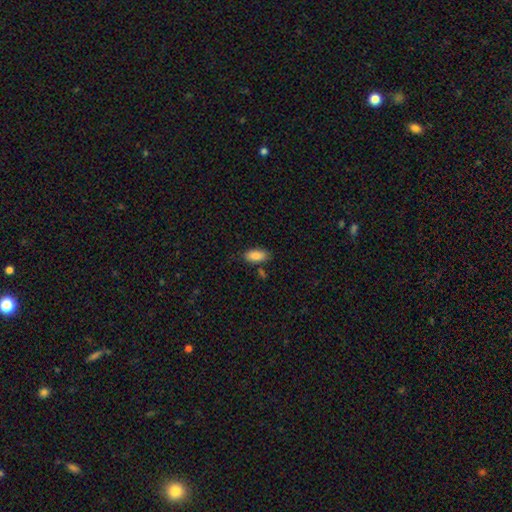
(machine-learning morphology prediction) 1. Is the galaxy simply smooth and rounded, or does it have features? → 85% smooth, 8% featured or disk, 7% star or artifact.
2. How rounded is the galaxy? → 90% in between, 7% cigar-shaped, 3% round.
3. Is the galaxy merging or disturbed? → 78% none, 14% minor disturbance, 6% merger, 3% major disturbance.